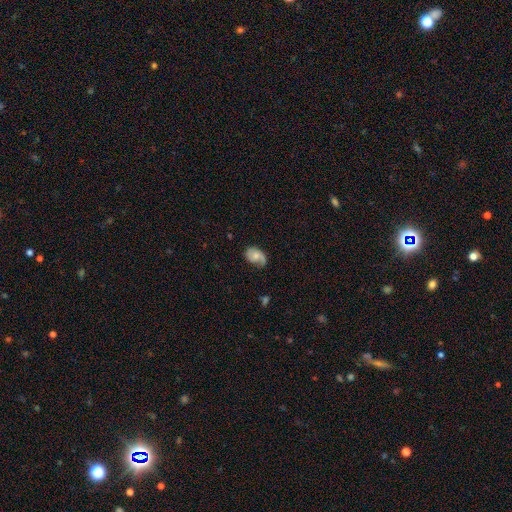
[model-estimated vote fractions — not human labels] smooth-or-featured: featured or disk: 50% | smooth: 42% | star or artifact: 8%
  merging: none: 48% | minor disturbance: 32% | major disturbance: 18% | merger: 2%